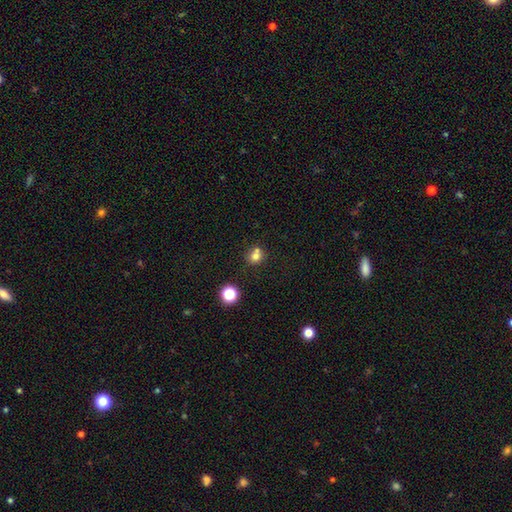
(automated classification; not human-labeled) Smooth or featured? Predicted: smooth (p=0.73). How rounded? Predicted: round (p=0.80). Merging? Predicted: none (p=0.49).